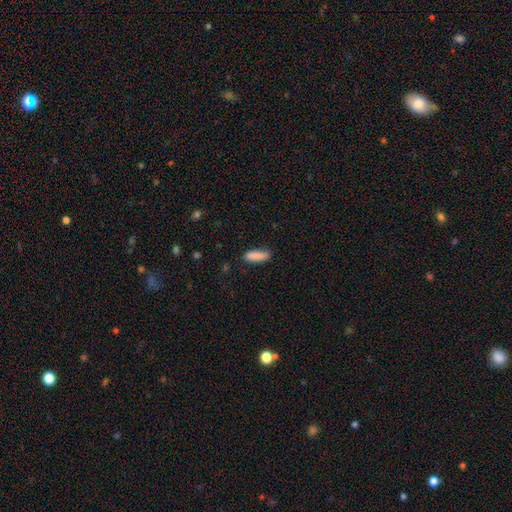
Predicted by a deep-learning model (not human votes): Morphology: type=smooth (88%); roundness=cigar-shaped (54%); merging=none (83%).